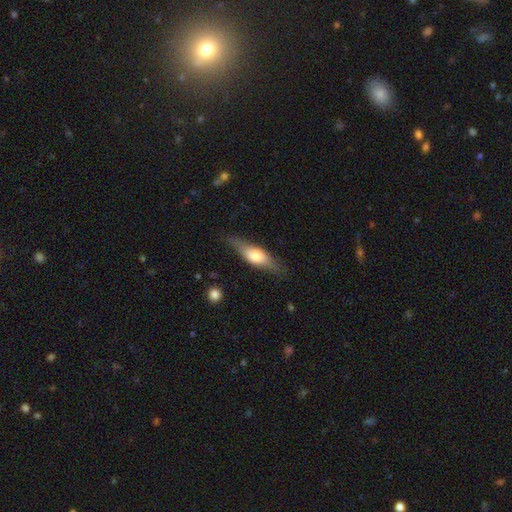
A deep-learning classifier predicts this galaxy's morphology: This appears to be a smooth galaxy with no disk features (52%) that is in between round and cigar-shaped (51%). Merging: none (76%).